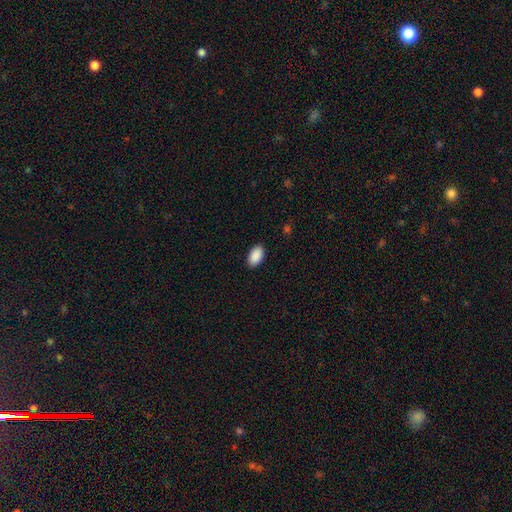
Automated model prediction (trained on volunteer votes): This is clearly a smooth galaxy (91%). How rounded: clearly in between (94%). Merging: clearly none (89%).